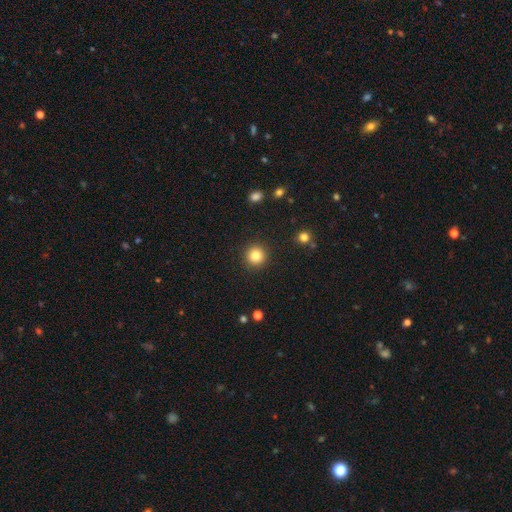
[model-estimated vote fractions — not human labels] Q: Smooth or featured?
A: smooth (83%); runner-up: star or artifact (11%)
Q: How rounded?
A: round (95%); runner-up: in between (4%)
Q: Merging?
A: none (92%); runner-up: minor disturbance (5%)